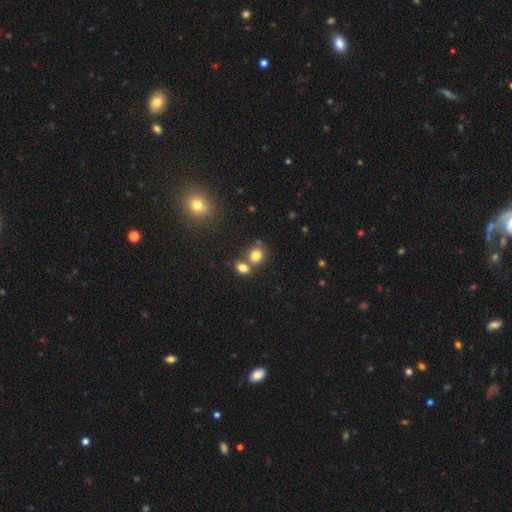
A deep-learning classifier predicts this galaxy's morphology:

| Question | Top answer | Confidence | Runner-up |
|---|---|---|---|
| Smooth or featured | smooth | 79% | star or artifact (12%) |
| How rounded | round | 68% | in between (31%) |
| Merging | none | 46% | merger (42%) |